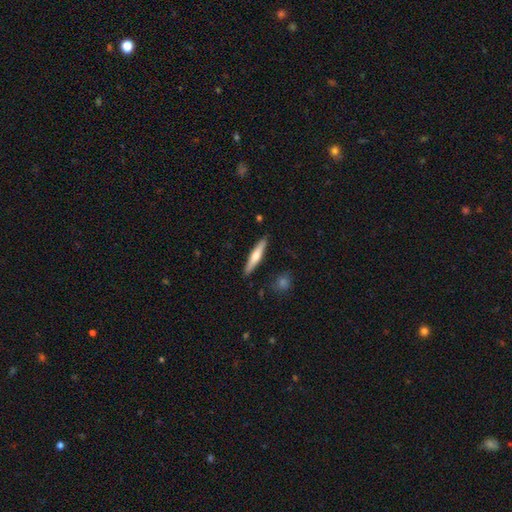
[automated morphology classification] This is possibly a smooth galaxy (55%). How rounded: clearly cigar-shaped (88%). Merging: clearly none (88%).